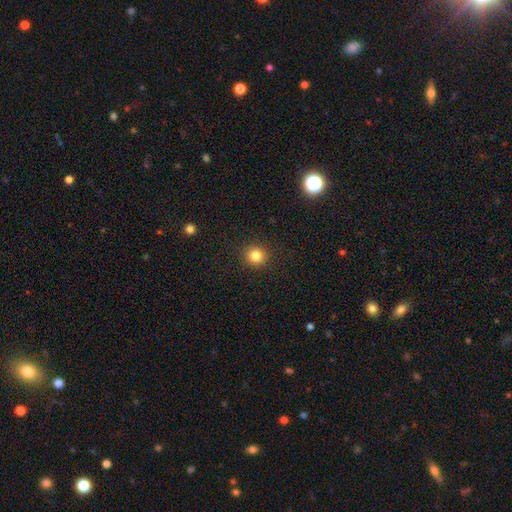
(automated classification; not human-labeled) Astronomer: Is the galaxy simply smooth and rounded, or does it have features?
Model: smooth — 83%.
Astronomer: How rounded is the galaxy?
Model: round — 92%.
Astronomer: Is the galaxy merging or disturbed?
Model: none — 92%.